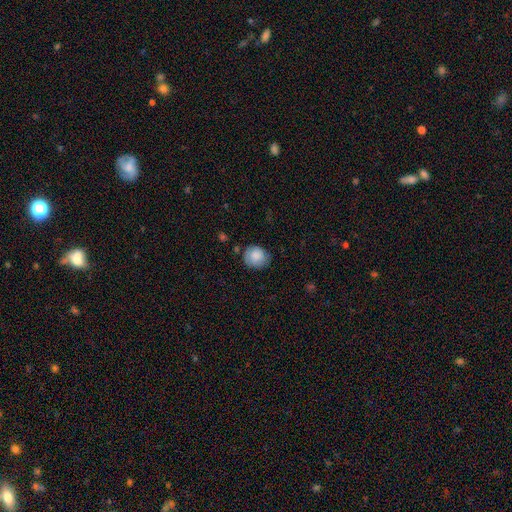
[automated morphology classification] The model was most divided on "merging": none: 72%, minor disturbance: 21%, major disturbance: 5%, merger: 2%. More confident: how rounded — round (82%); smooth or featured — smooth (80%).